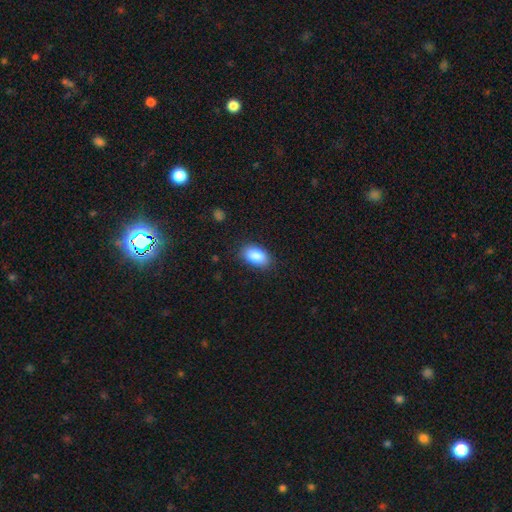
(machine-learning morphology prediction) Smooth or featured? smooth (89%)
How rounded? in between (92%)
Merging? none (83%)